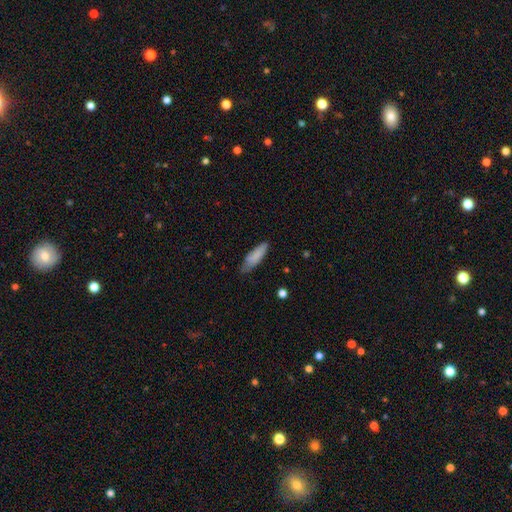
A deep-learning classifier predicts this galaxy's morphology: A smooth galaxy with no disk features (83%) that is cigar-shaped (52%). Merging: none (66%).